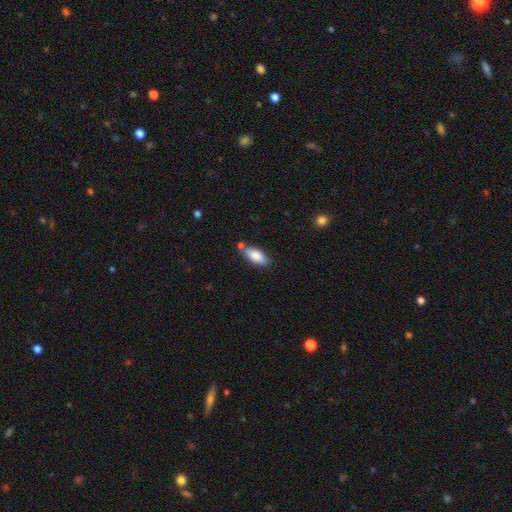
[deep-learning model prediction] smooth 80%, featured or disk 13%, star or artifact 7%. Down the decision tree: how rounded — in between (82%); merging — none (70%).